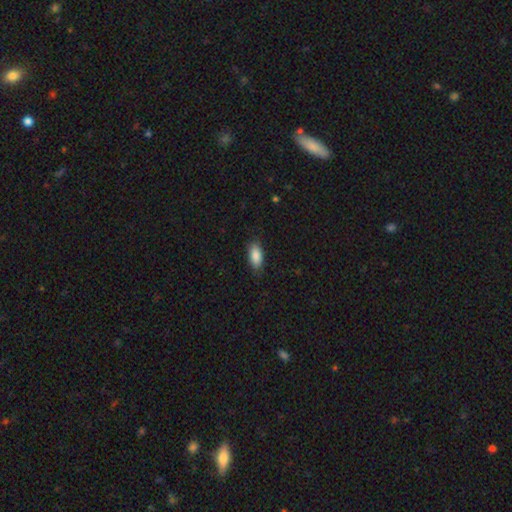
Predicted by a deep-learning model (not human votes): Smooth or featured? Predicted: smooth (p=0.88). How rounded? Predicted: in between (p=0.90). Merging? Predicted: none (p=0.83).